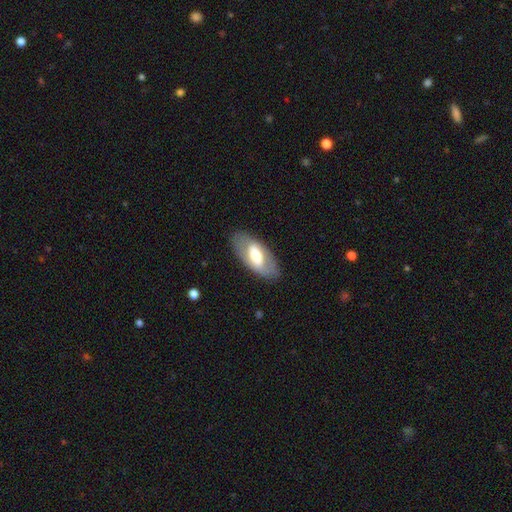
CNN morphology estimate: type=featured or disk (49%); merging=none (82%).